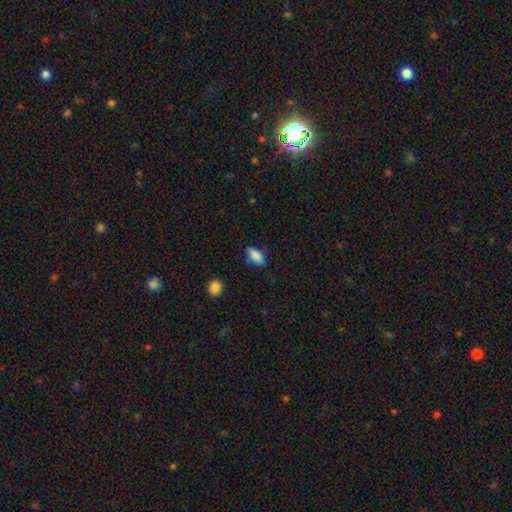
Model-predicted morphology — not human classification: smooth-or-featured: smooth: 86% | star or artifact: 7% | featured or disk: 7%
  how-rounded: in between: 89% | cigar-shaped: 8% | round: 3%
  merging: none: 76% | minor disturbance: 19% | major disturbance: 4% | merger: 2%